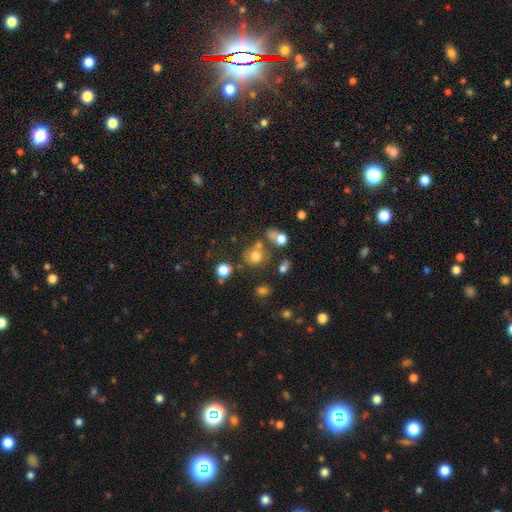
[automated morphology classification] This is likely a smooth galaxy (69%). How rounded: likely round (77%). Merging: possibly none (58%).